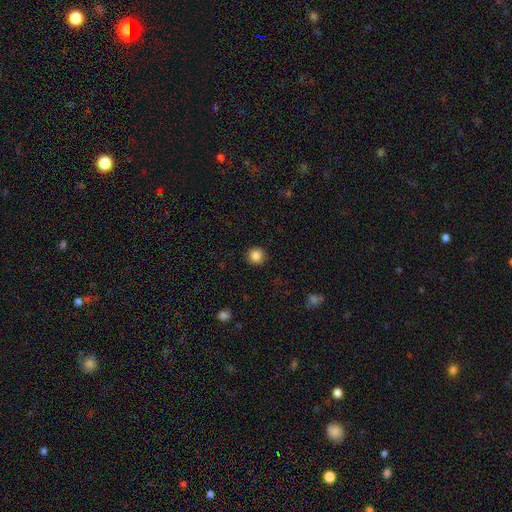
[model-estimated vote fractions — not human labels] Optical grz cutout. It shows a smooth galaxy with no disk features (86%) that is round (93%). Merging: none (90%).